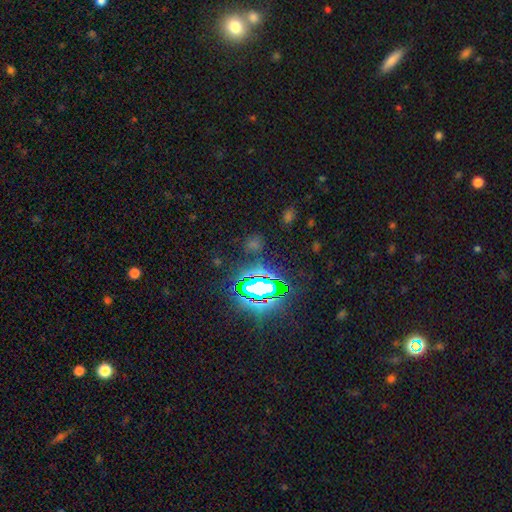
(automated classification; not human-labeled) smooth-or-featured: star or artifact: 77% | smooth: 15% | featured or disk: 8%